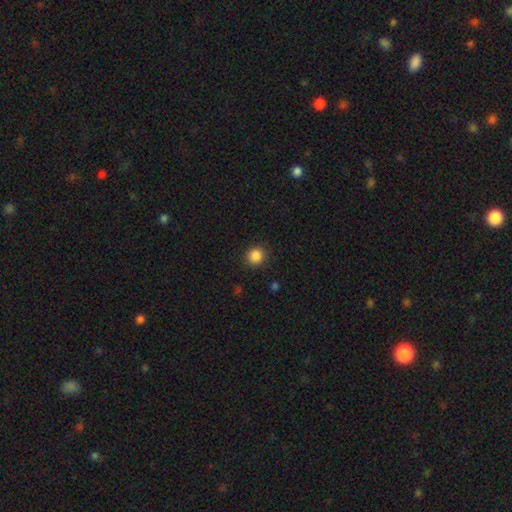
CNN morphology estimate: Smooth or featured?
  - smooth: 87% *
  - star or artifact: 10%
  - featured or disk: 3%
How rounded?
  - round: 89% *
  - in between: 11%
  - cigar-shaped: 1%
Merging?
  - none: 89% *
  - minor disturbance: 8%
  - major disturbance: 2%
  - merger: 1%